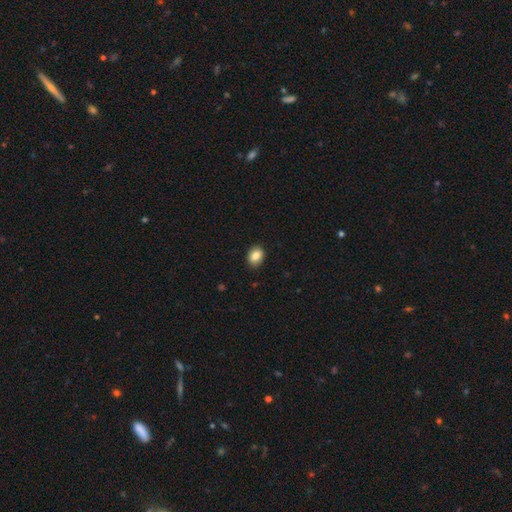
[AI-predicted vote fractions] A smooth galaxy with no disk features (84%) that is in between round and cigar-shaped (69%). Merging: none (88%).